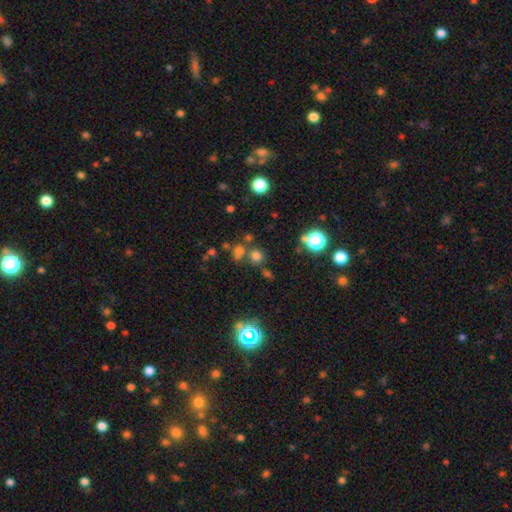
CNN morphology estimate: Smooth or featured?
  - smooth: 64% *
  - star or artifact: 28%
  - featured or disk: 7%
How rounded?
  - round: 83% *
  - in between: 16%
  - cigar-shaped: 1%
Merging?
  - none: 68% *
  - merger: 19%
  - minor disturbance: 9%
  - major disturbance: 4%